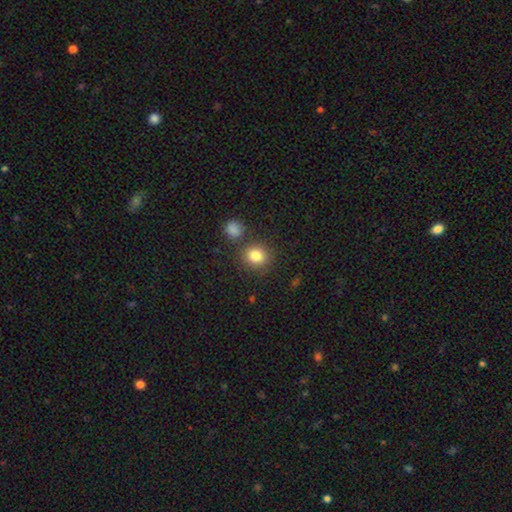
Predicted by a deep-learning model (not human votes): A smooth galaxy with no disk features (84%) that is round (82%).

Vote fractions:
- Smooth or featured? smooth: 84% / star or artifact: 11% / featured or disk: 6%
- How rounded? round: 82% / in between: 17% / cigar-shaped: 1%
- Merging? none: 80% / minor disturbance: 9% / merger: 8% / major disturbance: 3%